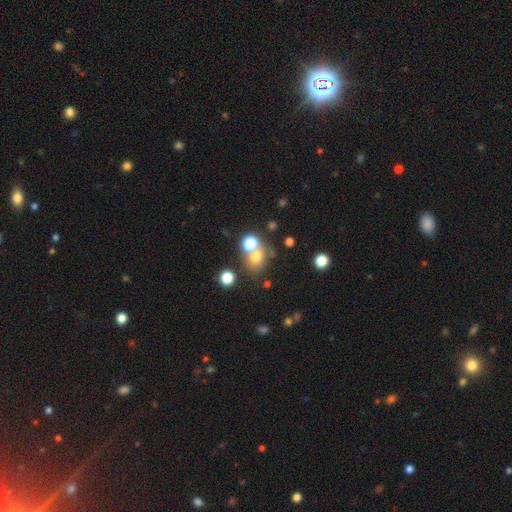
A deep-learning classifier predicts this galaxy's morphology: Smooth or featured? Predicted: smooth (p=0.69). How rounded? Predicted: round (p=0.66). Merging? Predicted: none (p=0.53).